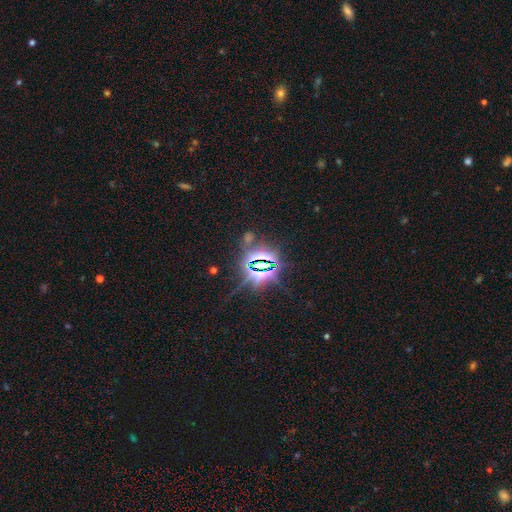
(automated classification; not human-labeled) smooth_or_featured: star or artifact (p=0.81) [alt: smooth p=0.11]